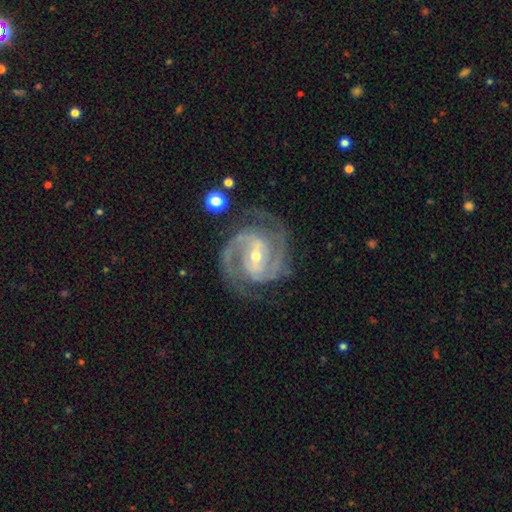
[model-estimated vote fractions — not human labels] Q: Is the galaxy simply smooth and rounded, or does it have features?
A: featured or disk — 93%.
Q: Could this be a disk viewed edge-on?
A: no — 97%.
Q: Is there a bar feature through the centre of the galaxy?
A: strong — 49%.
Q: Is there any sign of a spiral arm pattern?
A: yes — 99%.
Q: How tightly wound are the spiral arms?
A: medium — 48%.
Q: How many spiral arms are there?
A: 2 — 75%.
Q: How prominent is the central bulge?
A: small — 60%.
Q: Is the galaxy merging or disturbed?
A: none — 78%.